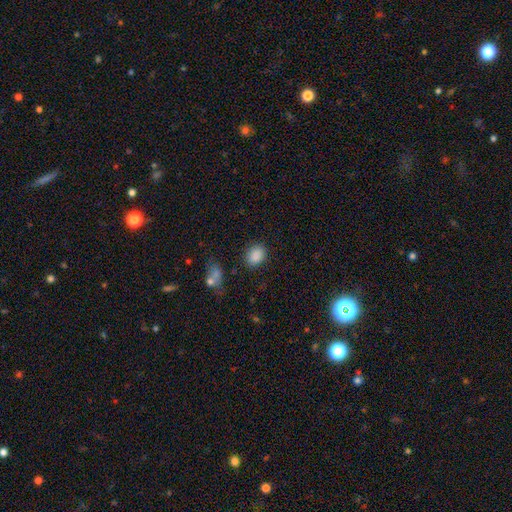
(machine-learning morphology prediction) Smooth or featured?
  - smooth: 87% *
  - star or artifact: 9%
  - featured or disk: 4%
How rounded?
  - in between: 59% *
  - round: 40%
  - cigar-shaped: 1%
Merging?
  - none: 81% *
  - minor disturbance: 12%
  - major disturbance: 4%
  - merger: 3%